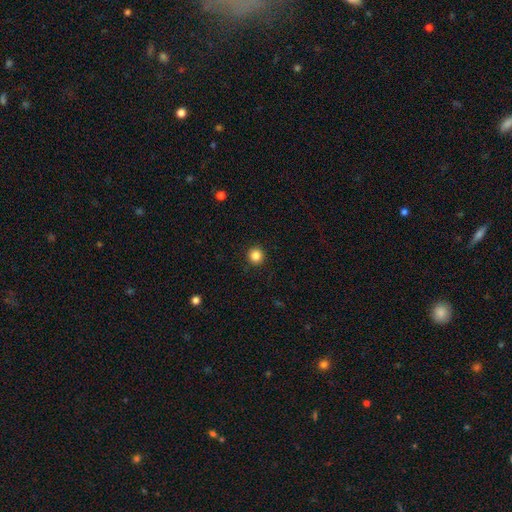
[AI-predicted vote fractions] Smooth or featured? Predicted: smooth (p=0.85). How rounded? Predicted: round (p=0.94). Merging? Predicted: none (p=0.92).